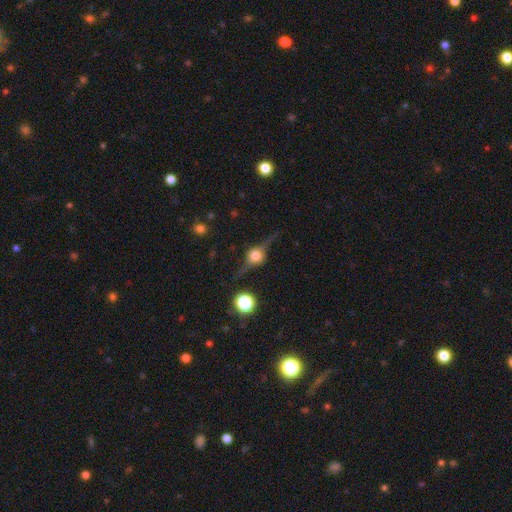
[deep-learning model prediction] Morphology: type=featured or disk (78%); edge-on=yes (92%); edge-on bulge=rounded (95%); merging=none (79%).